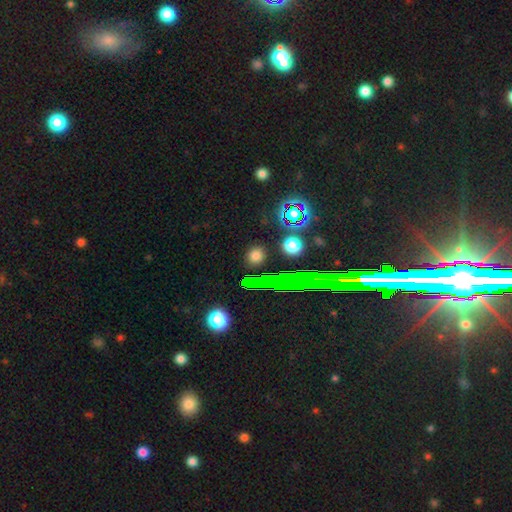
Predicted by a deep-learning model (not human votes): A smooth galaxy with no disk features (64%) that is round (82%). Merging: none (86%).